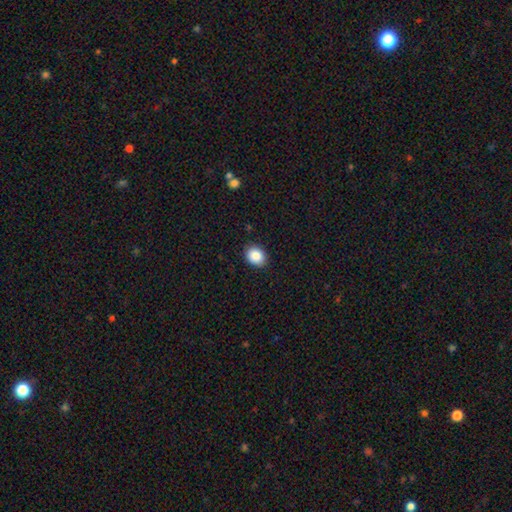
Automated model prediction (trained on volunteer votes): A smooth galaxy with no disk features (88%) that is in between round and cigar-shaped (52%). Merging: none (89%).